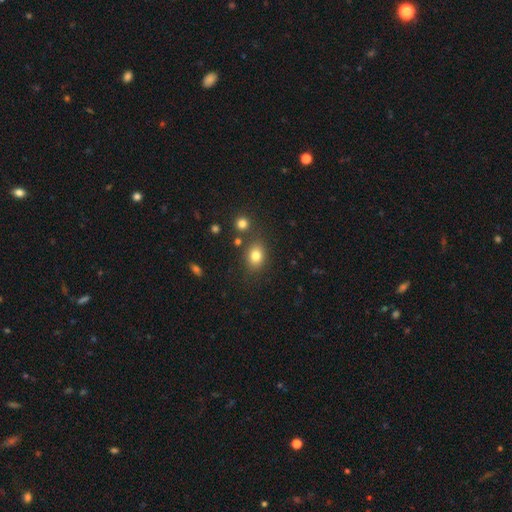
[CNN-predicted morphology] smooth 80%, star or artifact 12%, featured or disk 8%. Down the decision tree: how rounded — in between (57%); merging — none (77%).